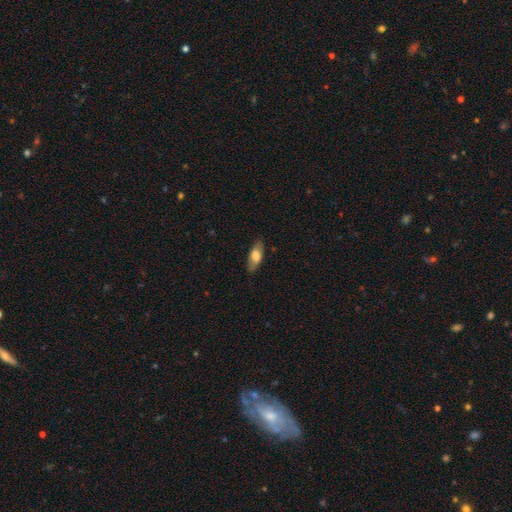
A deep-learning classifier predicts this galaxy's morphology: This is likely a smooth galaxy (70%). How rounded: likely in between (77%). Merging: clearly none (82%).